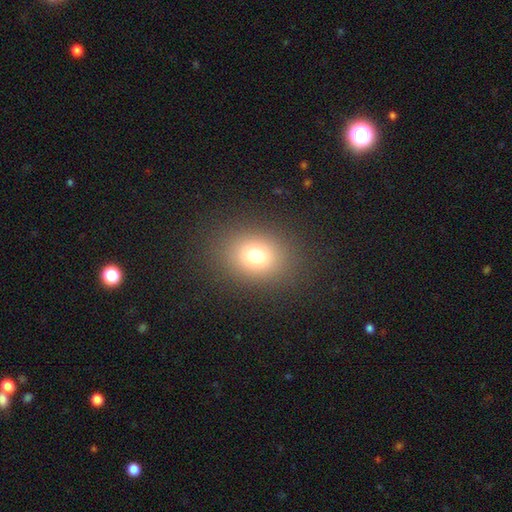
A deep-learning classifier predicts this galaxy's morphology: Smooth or featured: smooth — 75% (star or artifact — 16%)
How rounded: round — 52% (in between — 47%)
Merging: none — 88% (minor disturbance — 7%)